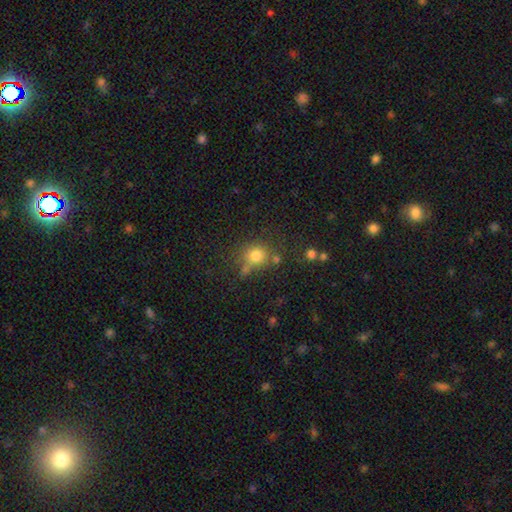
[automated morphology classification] Smooth or featured? smooth (77%)
How rounded? round (81%)
Merging? none (63%)